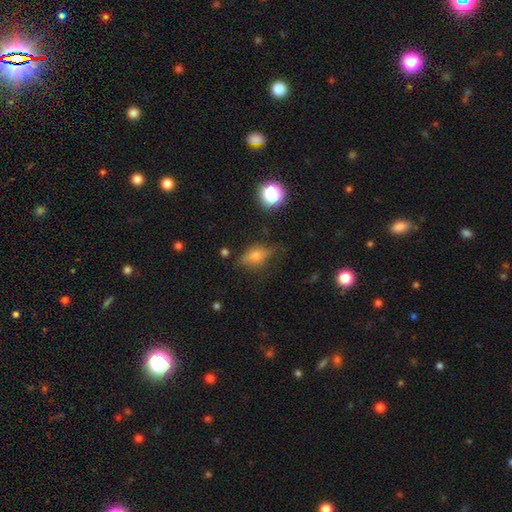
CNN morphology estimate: smooth 51%, featured or disk 34%, star or artifact 15%. Down the decision tree: how rounded — in between (69%); merging — none (66%).